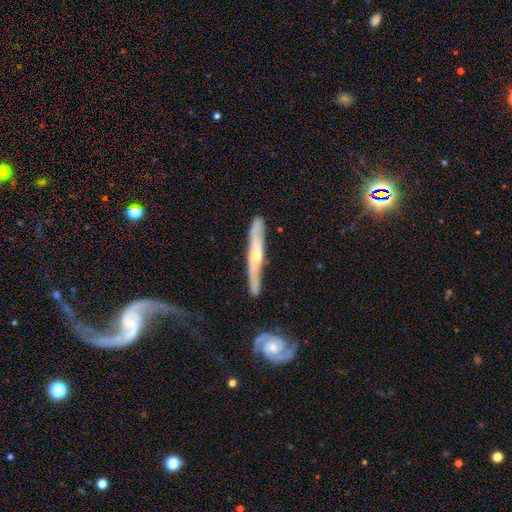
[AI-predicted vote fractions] This is likely a featured or disk galaxy (73%). It is clearly viewed edge-on (83%). Edge-on bulge: likely rounded (79%). Merging: likely none (72%).